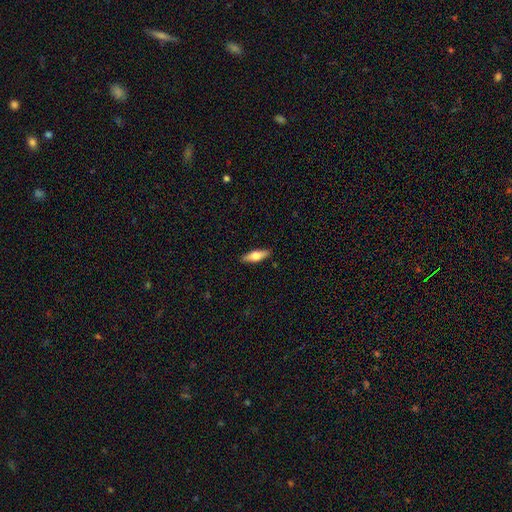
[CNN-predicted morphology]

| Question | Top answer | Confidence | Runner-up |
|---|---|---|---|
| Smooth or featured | smooth | 58% | featured or disk (36%) |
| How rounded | in between | 54% | cigar-shaped (43%) |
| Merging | none | 89% | minor disturbance (8%) |